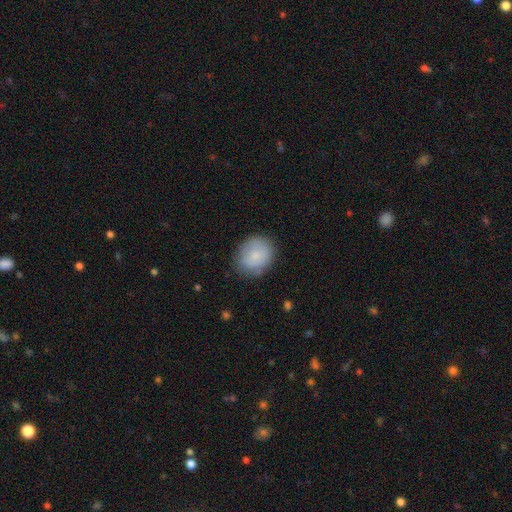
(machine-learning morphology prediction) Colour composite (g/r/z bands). It shows a smooth galaxy with no disk features (80%) that is round (65%). Merging: none (77%).